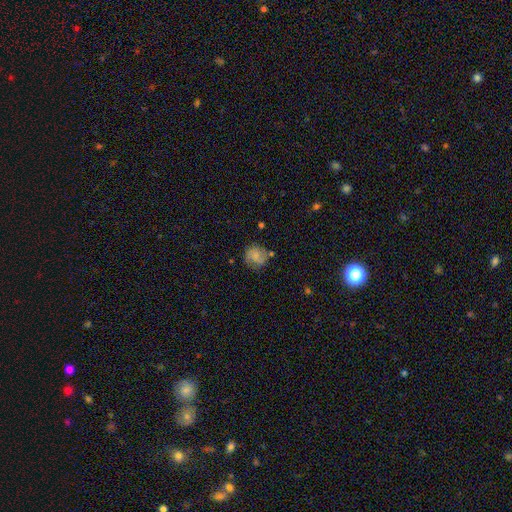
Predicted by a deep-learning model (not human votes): Morphology: type=smooth (50%); roundness=round (79%); merging=none (65%).